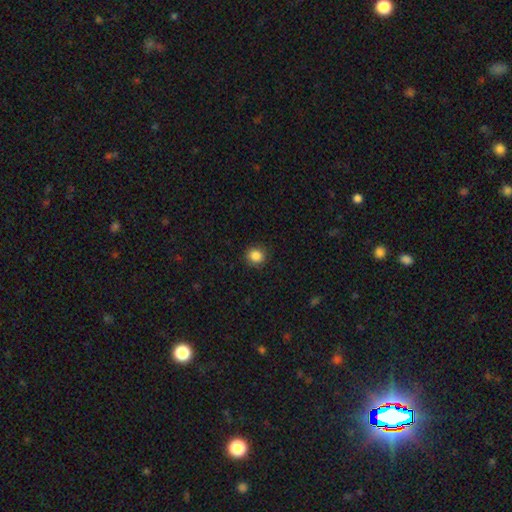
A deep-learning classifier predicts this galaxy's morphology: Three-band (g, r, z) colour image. It shows a smooth galaxy with no disk features (86%) that is round (87%). Merging: none (88%).